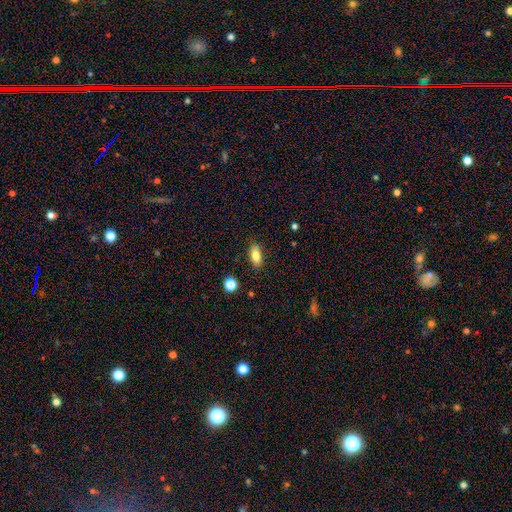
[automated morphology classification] Smooth or featured: smooth — 80% (featured or disk — 12%)
How rounded: in between — 85% (cigar-shaped — 9%)
Merging: none — 85% (minor disturbance — 11%)